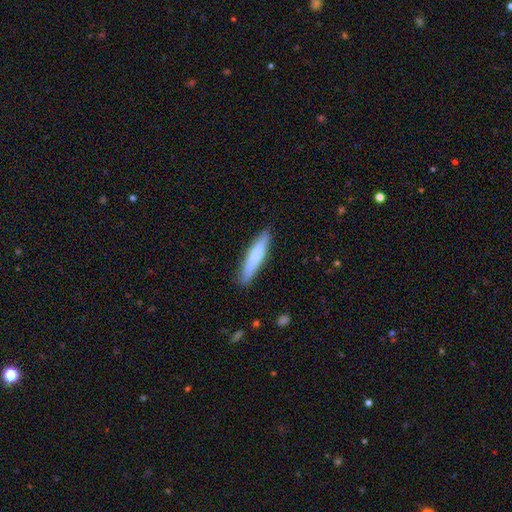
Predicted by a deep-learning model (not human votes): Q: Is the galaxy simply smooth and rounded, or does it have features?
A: smooth — 68%.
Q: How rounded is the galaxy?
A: cigar-shaped — 89%.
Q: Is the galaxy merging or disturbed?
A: none — 86%.